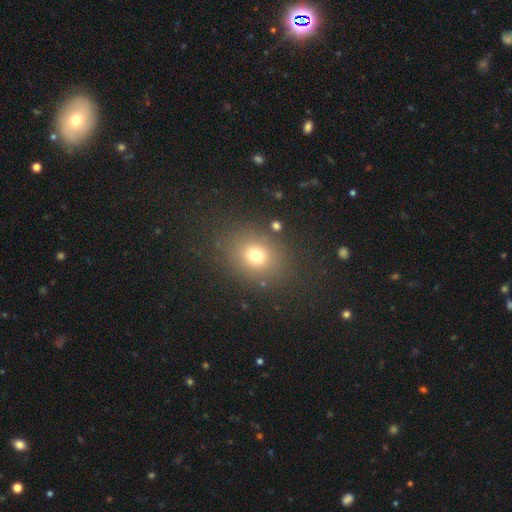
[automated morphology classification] smooth_or_featured: smooth (p=0.72) [alt: star or artifact p=0.17]
how_rounded: round (p=0.65) [alt: in between p=0.34]
merging: none (p=0.83) [alt: minor disturbance p=0.09]